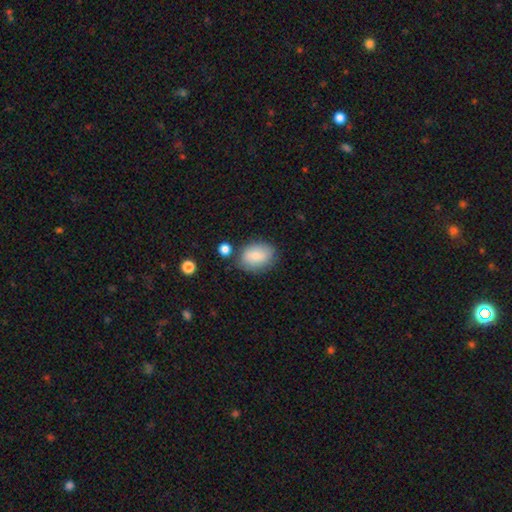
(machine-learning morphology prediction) Q: Smooth or featured?
A: smooth (78%); runner-up: featured or disk (14%)
Q: How rounded?
A: in between (69%); runner-up: round (30%)
Q: Merging?
A: none (72%); runner-up: minor disturbance (17%)